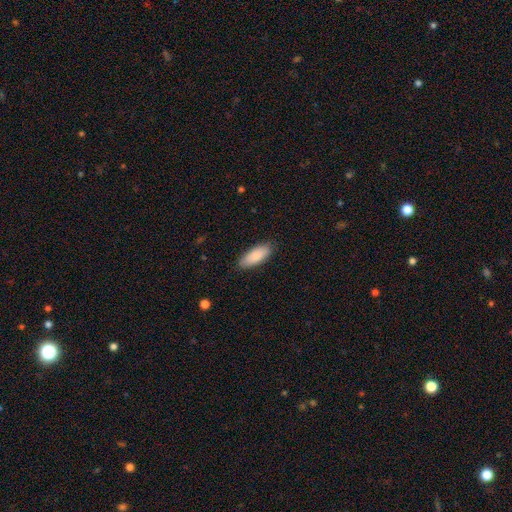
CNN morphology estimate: Smooth or featured?
  - smooth: 87% *
  - featured or disk: 8%
  - star or artifact: 6%
How rounded?
  - in between: 78% *
  - cigar-shaped: 20%
  - round: 2%
Merging?
  - none: 86% *
  - minor disturbance: 11%
  - major disturbance: 2%
  - merger: 1%